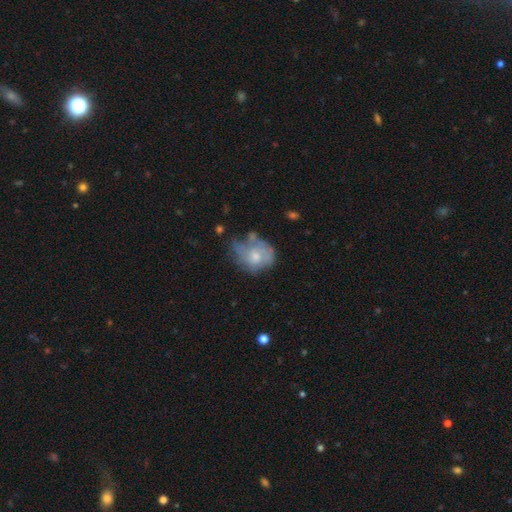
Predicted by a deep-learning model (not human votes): Overall: smooth (47%; featured or disk 45%). Merging: none (34%; minor disturbance 33%).